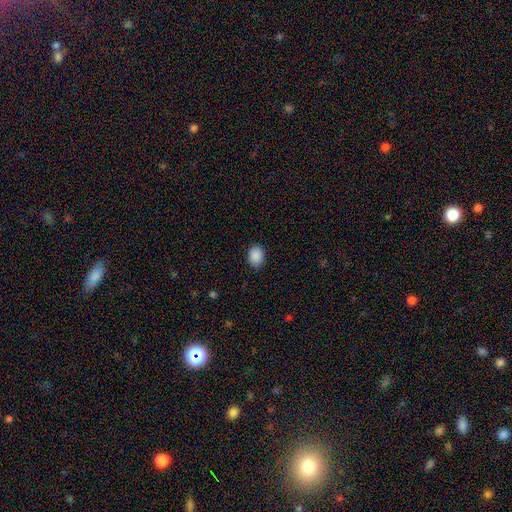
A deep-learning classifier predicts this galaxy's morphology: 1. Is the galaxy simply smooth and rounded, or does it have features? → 90% smooth, 7% star or artifact, 3% featured or disk.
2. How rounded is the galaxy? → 69% in between, 30% round, 1% cigar-shaped.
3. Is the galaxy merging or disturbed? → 87% none, 9% minor disturbance, 2% major disturbance, 1% merger.